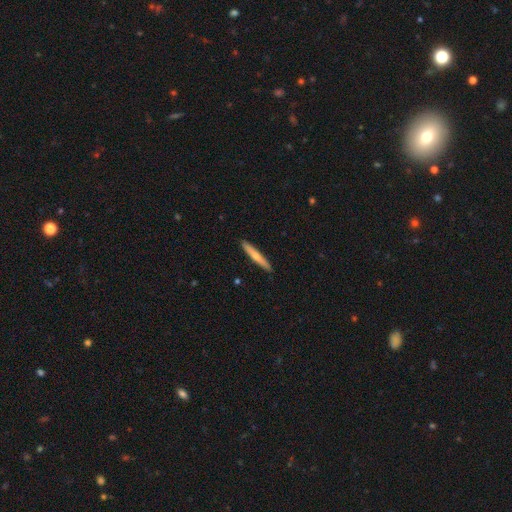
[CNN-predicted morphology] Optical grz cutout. It shows a smooth galaxy with no disk features (57%) that is cigar-shaped (95%). Merging: none (91%).